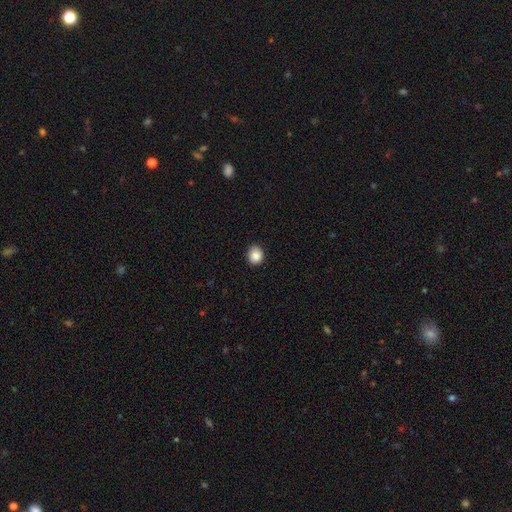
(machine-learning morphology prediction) smooth_or_featured: smooth (p=0.87) [alt: star or artifact p=0.09]
how_rounded: round (p=0.71) [alt: in between p=0.28]
merging: none (p=0.85) [alt: minor disturbance p=0.12]